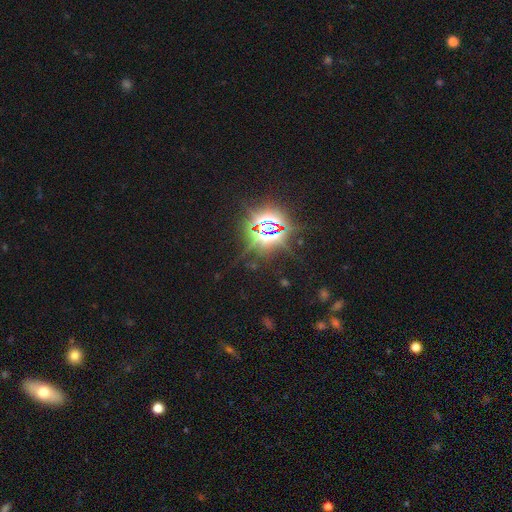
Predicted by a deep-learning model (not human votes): A star or artifact, not a galaxy (83%).

Vote fractions:
- Smooth or featured? star or artifact: 83% / smooth: 10% / featured or disk: 7%